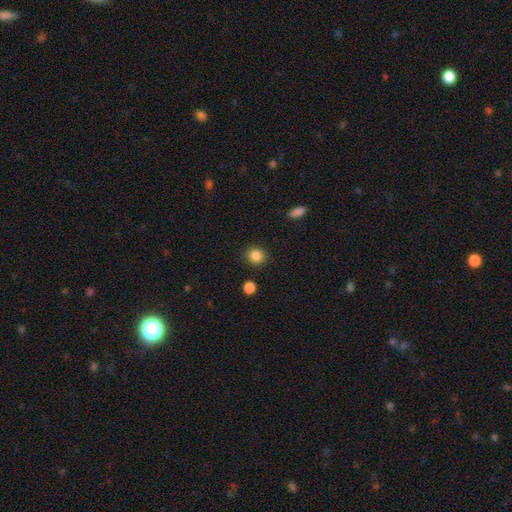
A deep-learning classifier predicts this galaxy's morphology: Overall: smooth (86%). How rounded: round (84%). Merging: none (88%).